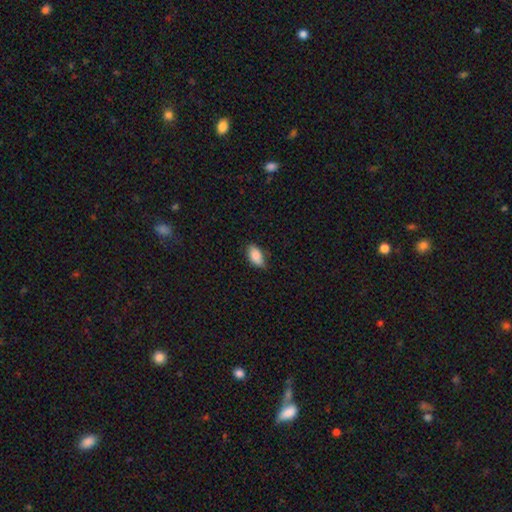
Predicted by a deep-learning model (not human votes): smooth_or_featured: smooth (p=0.86) [alt: star or artifact p=0.07]
how_rounded: in between (p=0.92) [alt: cigar-shaped p=0.04]
merging: none (p=0.71) [alt: minor disturbance p=0.25]